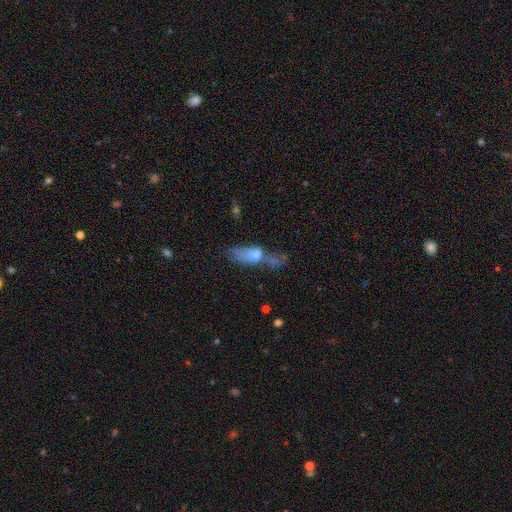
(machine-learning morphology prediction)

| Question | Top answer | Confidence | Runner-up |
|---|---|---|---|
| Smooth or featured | smooth | 53% | featured or disk (34%) |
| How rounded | in between | 66% | cigar-shaped (28%) |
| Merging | major disturbance | 31% | none (26%) |